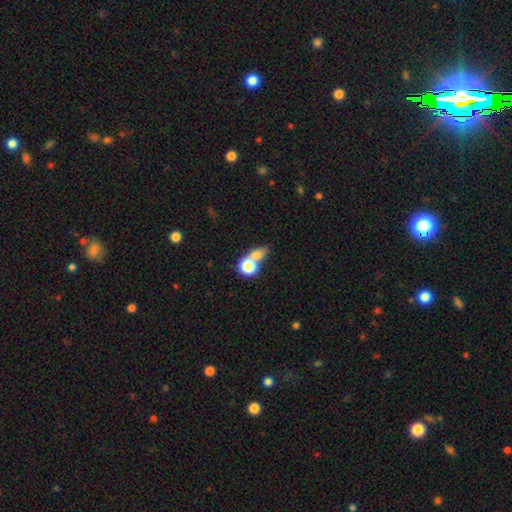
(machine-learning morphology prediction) Smooth or featured?
  - smooth: 70% *
  - star or artifact: 16%
  - featured or disk: 14%
How rounded?
  - round: 54% *
  - in between: 41%
  - cigar-shaped: 5%
Merging?
  - merger: 50% *
  - none: 35%
  - minor disturbance: 9%
  - major disturbance: 6%